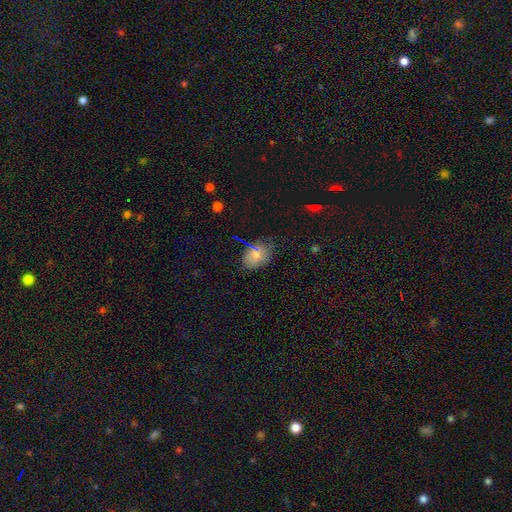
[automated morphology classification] smooth-or-featured: smooth: 74% | star or artifact: 15% | featured or disk: 10%
  how-rounded: in between: 79% | round: 19% | cigar-shaped: 2%
  merging: none: 72% | minor disturbance: 19% | major disturbance: 5% | merger: 4%